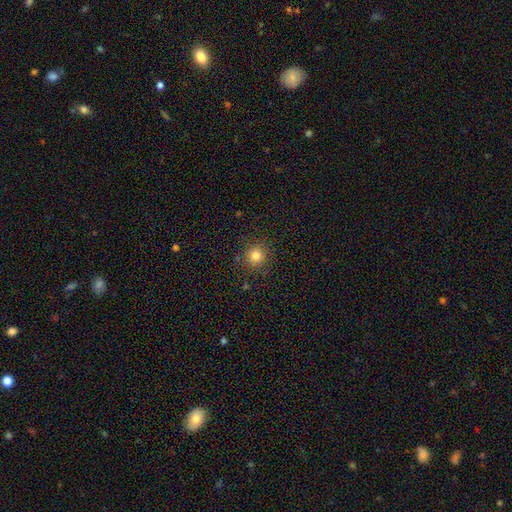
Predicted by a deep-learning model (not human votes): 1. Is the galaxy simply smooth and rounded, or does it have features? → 82% smooth, 13% star or artifact, 5% featured or disk.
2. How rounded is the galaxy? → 93% round, 6% in between, 1% cigar-shaped.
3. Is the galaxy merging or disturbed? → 88% none, 8% minor disturbance, 3% major disturbance, 2% merger.